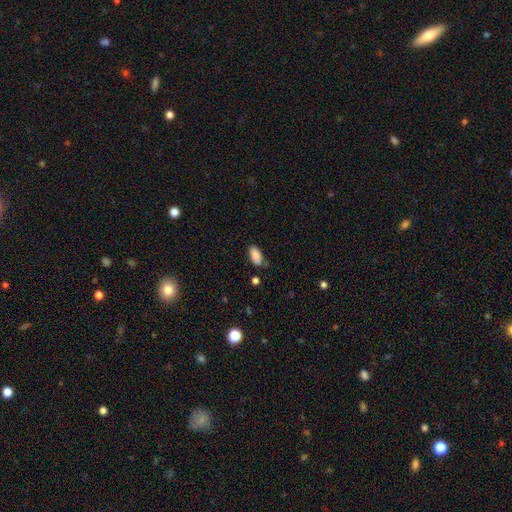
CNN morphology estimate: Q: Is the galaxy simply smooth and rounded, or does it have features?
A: smooth — 88%.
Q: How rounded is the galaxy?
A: in between — 93%.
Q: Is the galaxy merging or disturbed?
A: none — 77%.